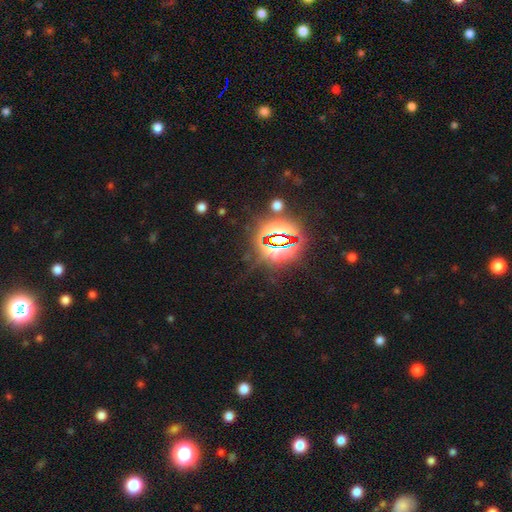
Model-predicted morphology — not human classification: A star or artifact, not a galaxy (85%).

Vote fractions:
- Smooth or featured? star or artifact: 85% / smooth: 9% / featured or disk: 6%